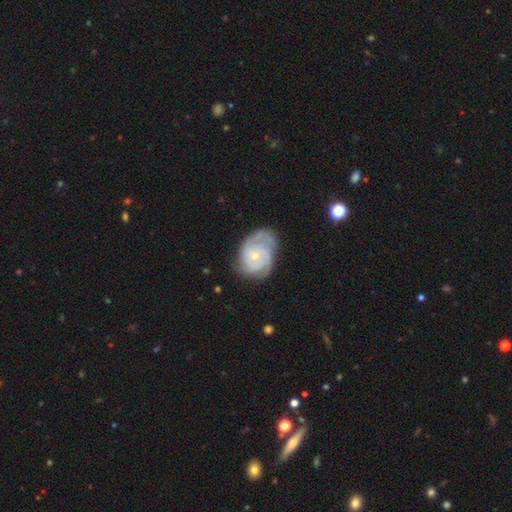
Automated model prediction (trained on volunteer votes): smooth-or-featured: featured or disk: 81% | smooth: 13% | star or artifact: 5%
  disk-edge-on: no: 98% | yes: 2%
    bar: no: 73% | weak: 24% | strong: 3%
    has-spiral-arms: yes: 96% | no: 4%
      spiral-winding: tight: 59% | medium: 34% | loose: 8%
      spiral-arm-count: 3: 38% | can't tell: 21% | 2: 19% | 4: 12% | 1: 5% | more than 4: 5%
    bulge-size: small: 72% | moderate: 24% | none: 2% | large: 1% | dominant: 1%
  merging: none: 67% | minor disturbance: 23% | major disturbance: 9% | merger: 1%